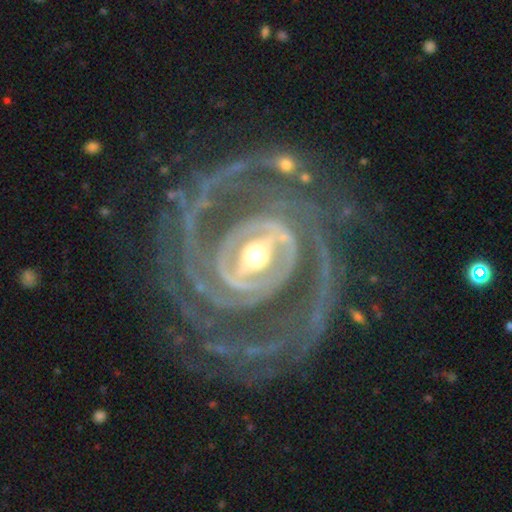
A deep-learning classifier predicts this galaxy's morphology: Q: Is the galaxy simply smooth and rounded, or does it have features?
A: featured or disk — 93%.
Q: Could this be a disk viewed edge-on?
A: no — 97%.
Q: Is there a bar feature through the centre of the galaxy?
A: strong — 56%.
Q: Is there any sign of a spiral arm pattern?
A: yes — 98%.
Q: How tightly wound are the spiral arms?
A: tight — 63%.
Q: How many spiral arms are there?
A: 2 — 32%.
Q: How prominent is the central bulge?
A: moderate — 61%.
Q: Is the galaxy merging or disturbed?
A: none — 69%.